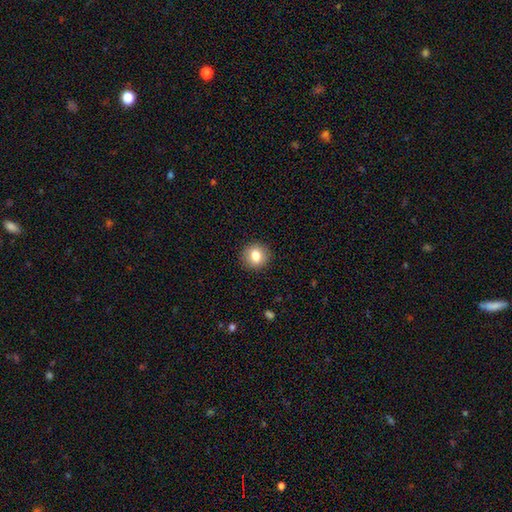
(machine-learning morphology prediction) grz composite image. It shows a smooth galaxy with no disk features (81%) that is round (88%). Merging: none (91%).